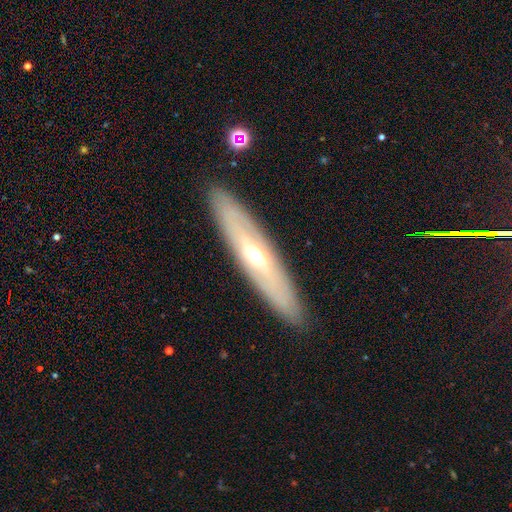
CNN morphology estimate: This appears to be a featured or disk galaxy (63%) viewed edge-on (62%). Merging: none (89%).